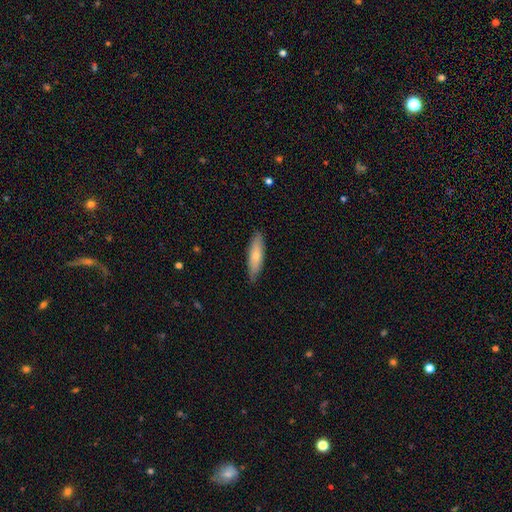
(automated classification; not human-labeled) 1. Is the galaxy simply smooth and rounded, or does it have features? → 70% smooth, 24% featured or disk, 6% star or artifact.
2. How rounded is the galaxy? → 64% cigar-shaped, 35% in between, 2% round.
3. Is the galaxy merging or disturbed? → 84% none, 13% minor disturbance, 2% major disturbance, 1% merger.